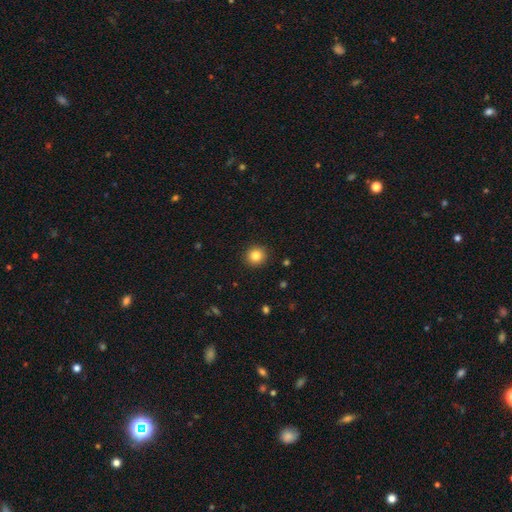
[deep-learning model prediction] smooth 83%, star or artifact 10%, featured or disk 6%. Down the decision tree: how rounded — round (92%); merging — none (92%).